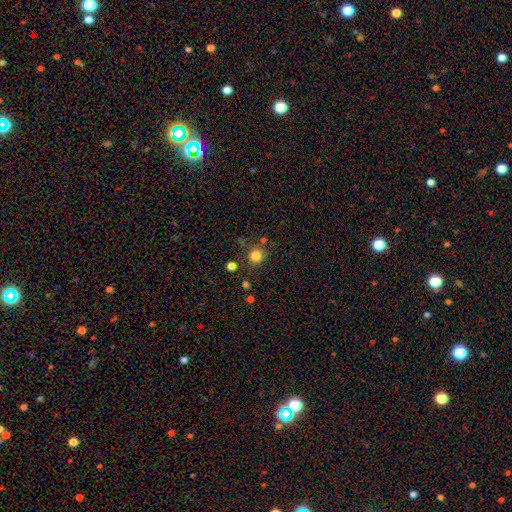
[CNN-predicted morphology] This is clearly a smooth galaxy (81%). How rounded: clearly round (91%). Merging: likely none (78%).